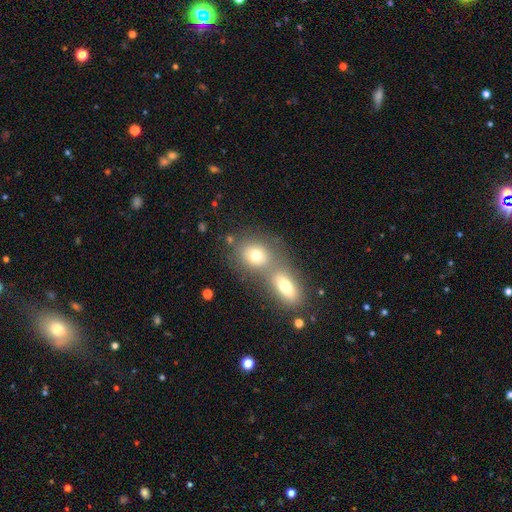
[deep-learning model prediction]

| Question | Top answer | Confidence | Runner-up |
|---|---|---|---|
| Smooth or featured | smooth | 73% | featured or disk (16%) |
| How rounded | round | 58% | in between (41%) |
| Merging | merger | 47% | none (41%) |